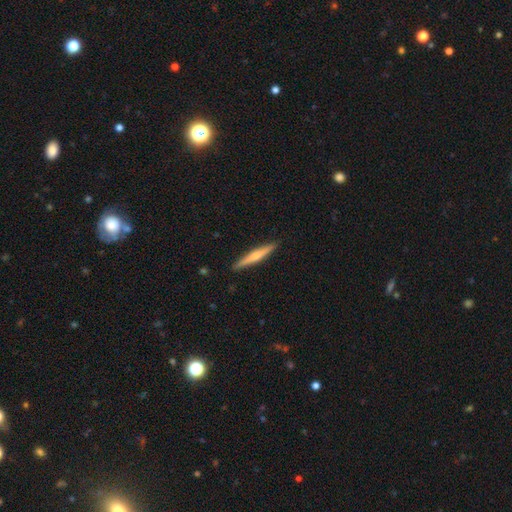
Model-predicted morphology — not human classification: Smooth or featured: featured or disk — 49% (smooth — 46%)
Merging: none — 91% (minor disturbance — 6%)